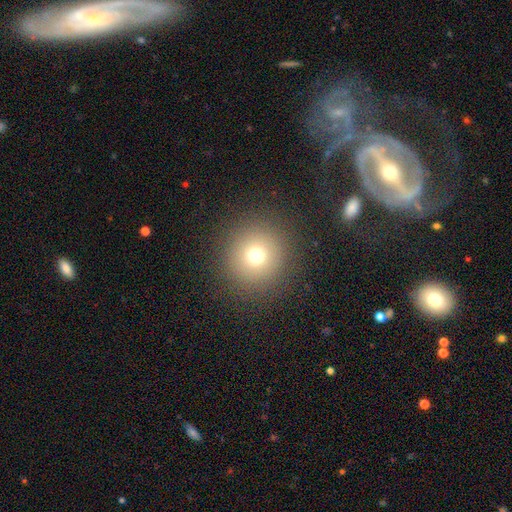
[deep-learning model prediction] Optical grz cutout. It shows a smooth galaxy with no disk features (71%) that is round (95%). Merging: none (90%).